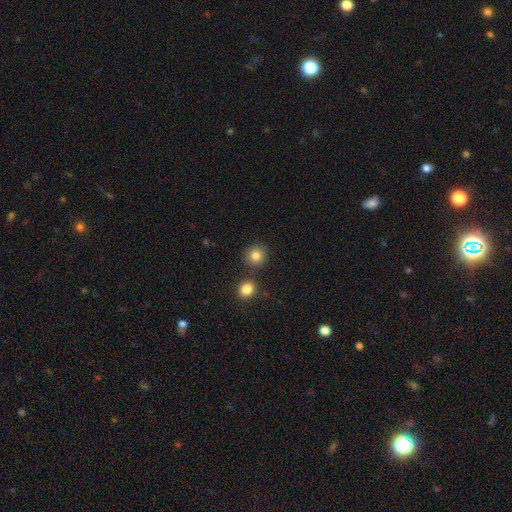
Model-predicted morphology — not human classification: type=smooth (83%); roundness=round (91%); merging=none (84%).